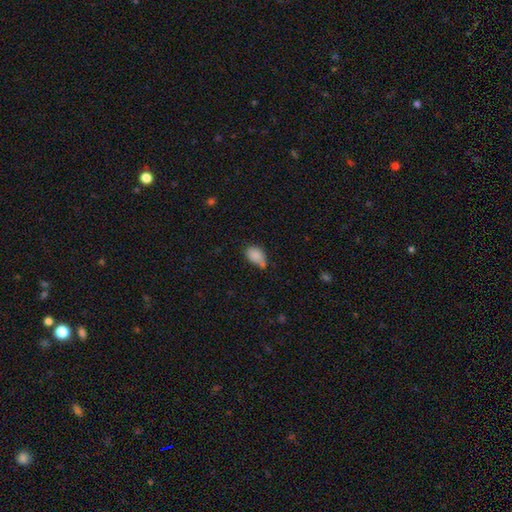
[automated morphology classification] Smooth or featured?
  - smooth: 85% *
  - star or artifact: 9%
  - featured or disk: 6%
How rounded?
  - in between: 82% *
  - round: 16%
  - cigar-shaped: 1%
Merging?
  - none: 44% *
  - minor disturbance: 36%
  - merger: 12%
  - major disturbance: 9%